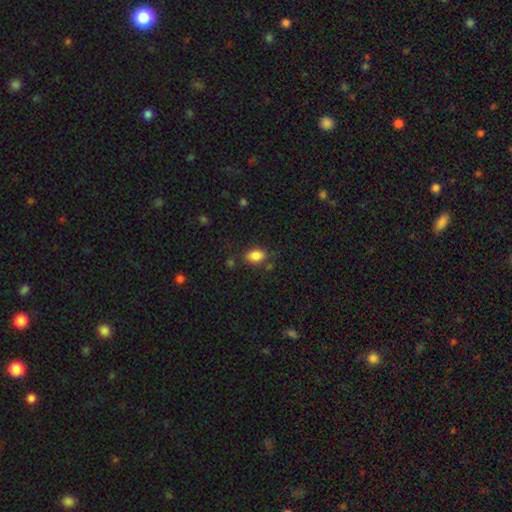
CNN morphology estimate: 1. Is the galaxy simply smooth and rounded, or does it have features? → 85% smooth, 9% star or artifact, 5% featured or disk.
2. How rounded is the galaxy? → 80% in between, 19% round, 1% cigar-shaped.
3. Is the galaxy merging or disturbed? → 76% none, 15% minor disturbance, 5% major disturbance, 5% merger.